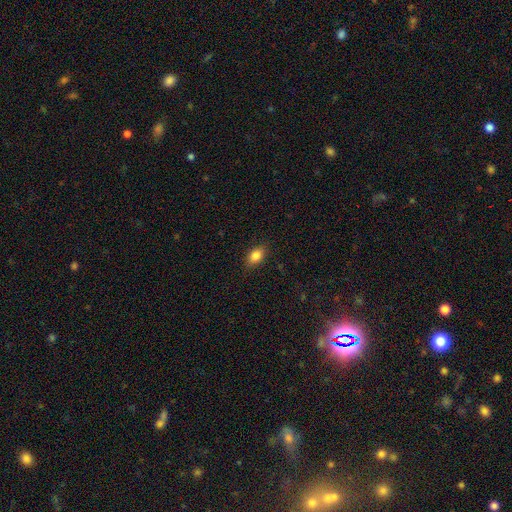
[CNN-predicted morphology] Overall: smooth (84%). How rounded: in between (83%). Merging: none (85%).